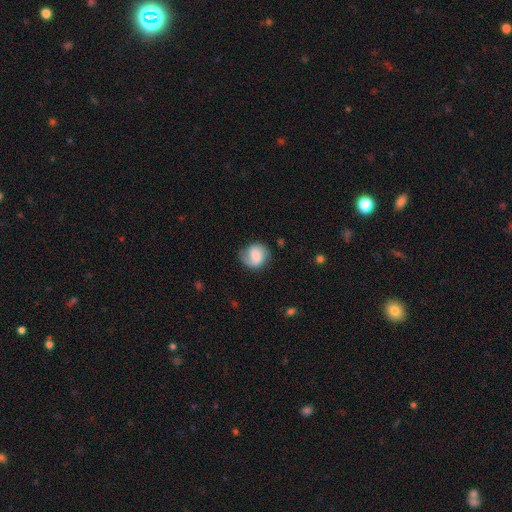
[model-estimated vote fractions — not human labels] Q: Smooth or featured?
A: smooth (53%); runner-up: featured or disk (40%)
Q: How rounded?
A: round (77%); runner-up: in between (22%)
Q: Merging?
A: none (64%); runner-up: minor disturbance (23%)